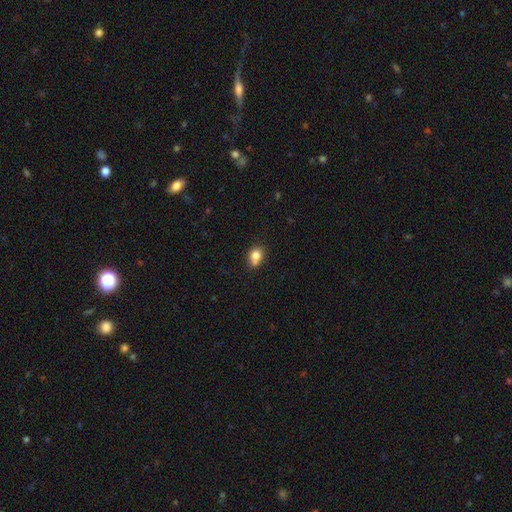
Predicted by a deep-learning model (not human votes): smooth-or-featured: smooth: 78% | featured or disk: 11% | star or artifact: 11%
  how-rounded: round: 59% | in between: 40% | cigar-shaped: 1%
  merging: none: 52% | merger: 27% | minor disturbance: 17% | major disturbance: 5%